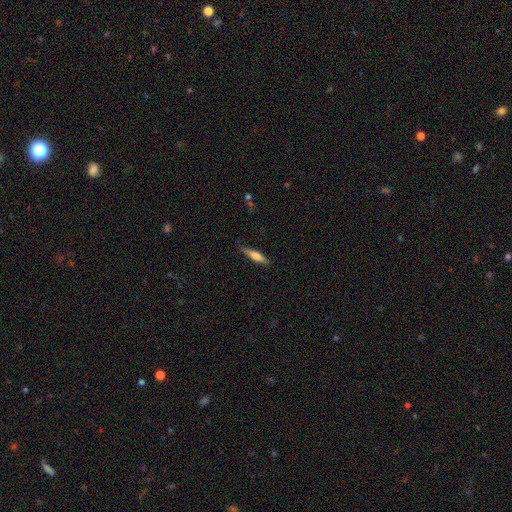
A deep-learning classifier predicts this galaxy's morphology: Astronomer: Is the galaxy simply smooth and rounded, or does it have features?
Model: smooth — 62%.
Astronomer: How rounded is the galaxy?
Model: cigar-shaped — 80%.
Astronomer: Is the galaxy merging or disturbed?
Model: none — 82%.